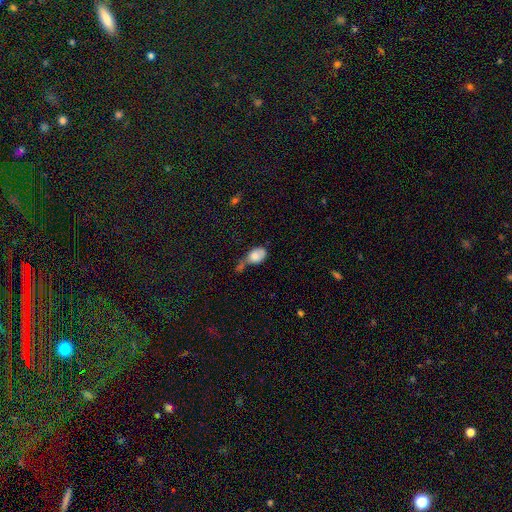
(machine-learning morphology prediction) A smooth galaxy with no disk features (75%) that is in between round and cigar-shaped (78%).

Vote fractions:
- Smooth or featured? smooth: 75% / featured or disk: 17% / star or artifact: 8%
- How rounded? in between: 78% / round: 20% / cigar-shaped: 3%
- Merging? merger: 36% / minor disturbance: 22% / major disturbance: 22% / none: 20%